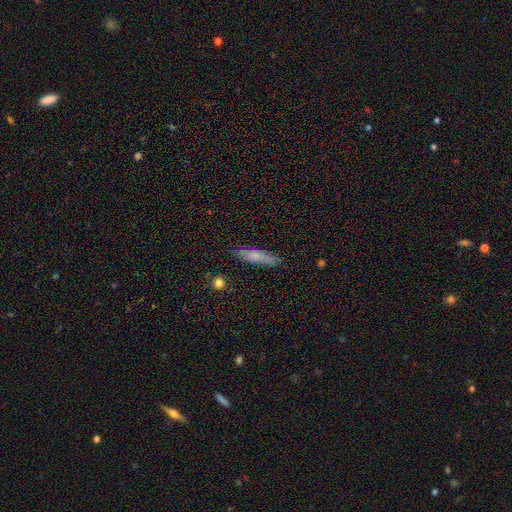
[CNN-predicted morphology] The model was most divided on "smooth or featured": smooth: 69%, featured or disk: 24%, star or artifact: 7%. More confident: merging — none (86%); how rounded — cigar-shaped (83%).